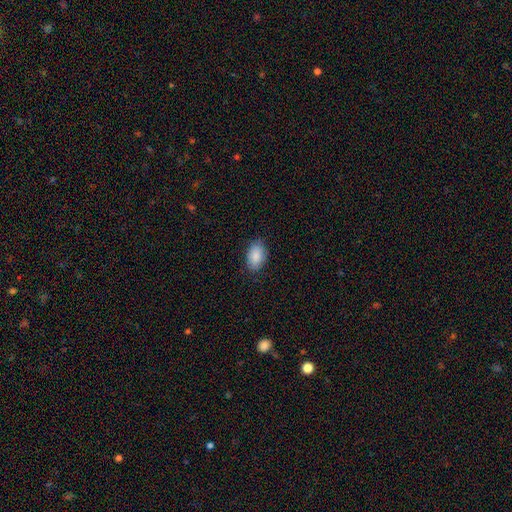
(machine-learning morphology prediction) Overall: smooth (88%). How rounded: in between (91%). Merging: none (83%).